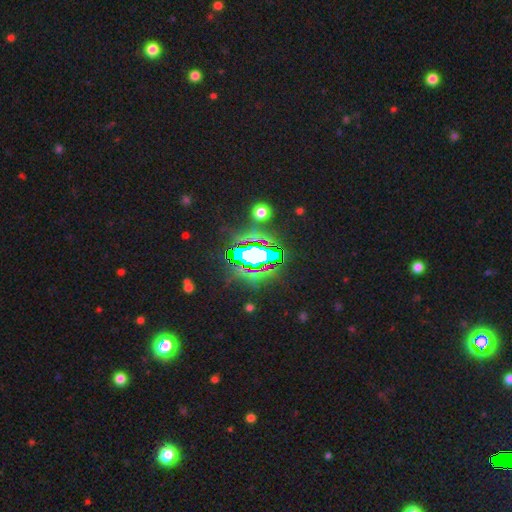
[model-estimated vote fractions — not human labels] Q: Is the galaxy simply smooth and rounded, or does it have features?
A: star or artifact — 67%.